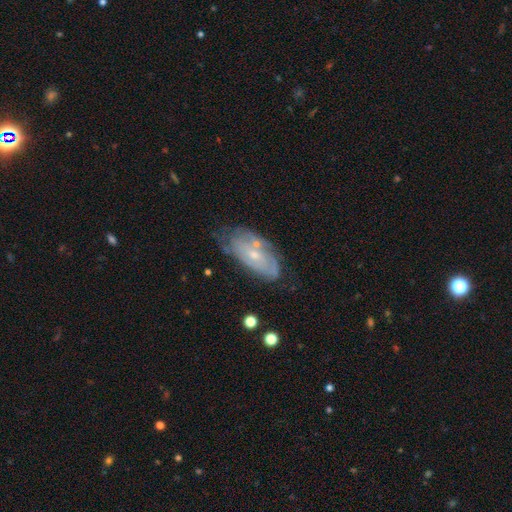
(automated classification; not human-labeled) Smooth or featured: featured or disk — 58% (smooth — 29%)
Edge-on disk: no — 87% (yes — 13%)
Bar: no — 74% (weak — 21%)
Spiral arms: yes — 66% (no — 34%)
Bulge size: small — 73% (moderate — 22%)
Merging: none — 70% (minor disturbance — 20%)